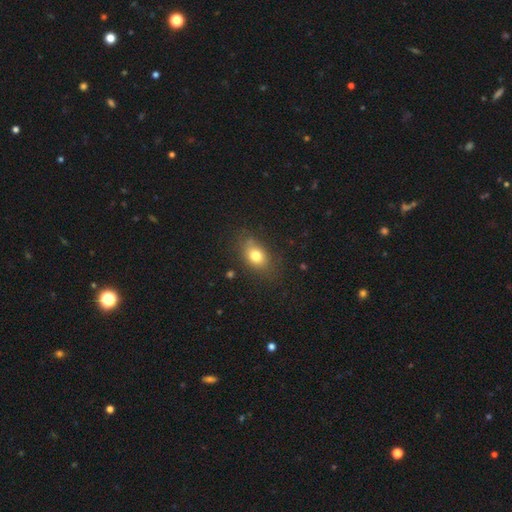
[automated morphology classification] This is likely a smooth galaxy (76%). How rounded: likely in between (74%). Merging: likely none (74%).